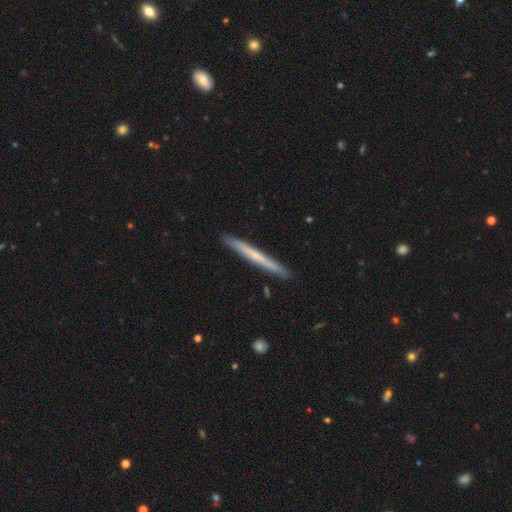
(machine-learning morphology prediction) type=featured or disk (48%); merging=none (91%).